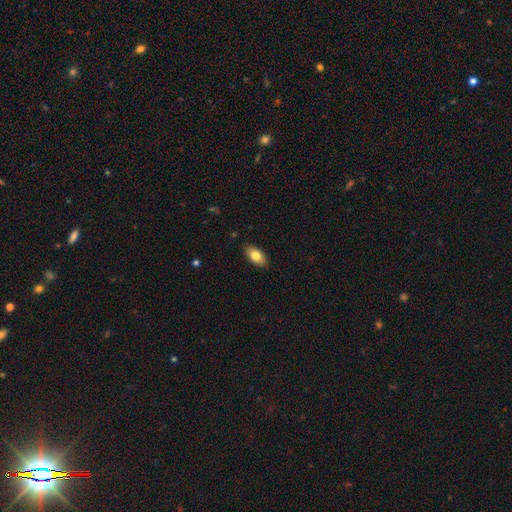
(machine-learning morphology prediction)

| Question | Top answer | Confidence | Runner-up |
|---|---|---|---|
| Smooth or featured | smooth | 79% | featured or disk (14%) |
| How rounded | in between | 91% | cigar-shaped (5%) |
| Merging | none | 87% | minor disturbance (10%) |